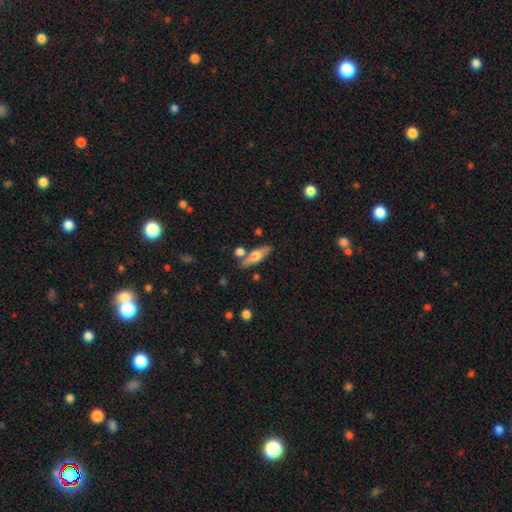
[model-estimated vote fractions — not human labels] A smooth galaxy with no disk features (55%) that is cigar-shaped (54%).

Vote fractions:
- Smooth or featured? smooth: 55% / featured or disk: 38% / star or artifact: 7%
- How rounded? cigar-shaped: 54% / in between: 42% / round: 3%
- Merging? none: 74% / minor disturbance: 12% / merger: 11% / major disturbance: 3%